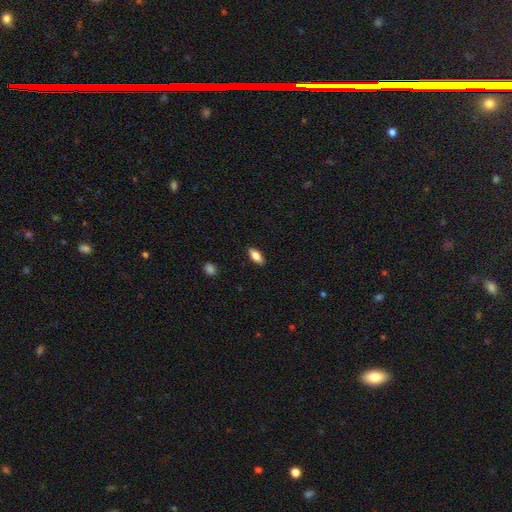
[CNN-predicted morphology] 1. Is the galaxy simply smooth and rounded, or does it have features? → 84% smooth, 9% featured or disk, 7% star or artifact.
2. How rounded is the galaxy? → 82% in between, 16% cigar-shaped, 2% round.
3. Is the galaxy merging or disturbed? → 89% none, 8% minor disturbance, 2% major disturbance, 1% merger.